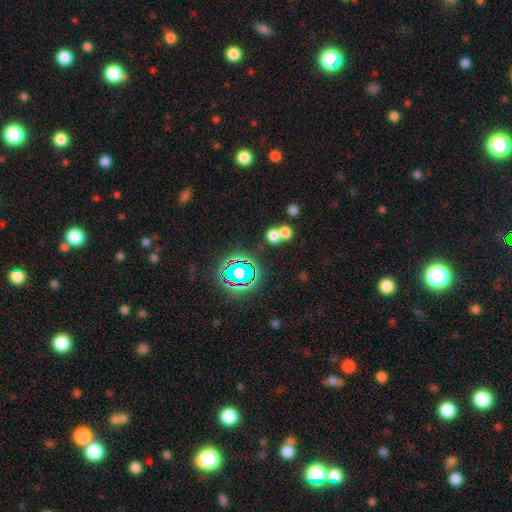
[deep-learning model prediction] smooth_or_featured: star or artifact (p=0.76) [alt: smooth p=0.16]